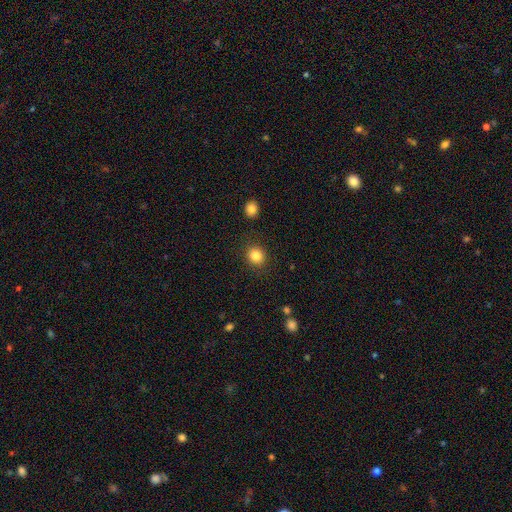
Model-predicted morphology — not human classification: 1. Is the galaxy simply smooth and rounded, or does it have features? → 85% smooth, 10% star or artifact, 5% featured or disk.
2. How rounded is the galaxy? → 83% round, 16% in between, 1% cigar-shaped.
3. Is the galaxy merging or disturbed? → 88% none, 7% minor disturbance, 3% major disturbance, 2% merger.